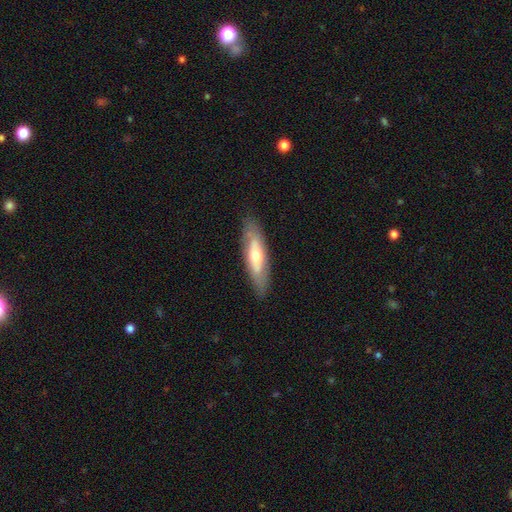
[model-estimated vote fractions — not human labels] smooth_or_featured: featured or disk (p=0.50) [alt: smooth p=0.45]
merging: none (p=0.83) [alt: minor disturbance p=0.13]